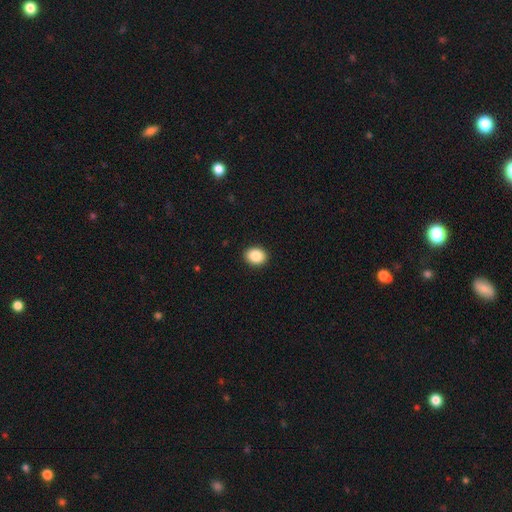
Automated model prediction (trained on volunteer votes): smooth_or_featured: smooth (p=0.87) [alt: star or artifact p=0.08]
how_rounded: round (p=0.50) [alt: in between p=0.49]
merging: none (p=0.92) [alt: minor disturbance p=0.05]